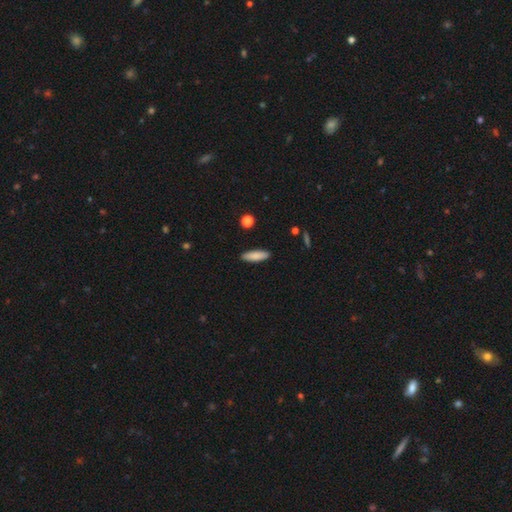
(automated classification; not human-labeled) This appears to be a smooth galaxy with no disk features (85%) that is cigar-shaped (61%). Merging: none (90%).